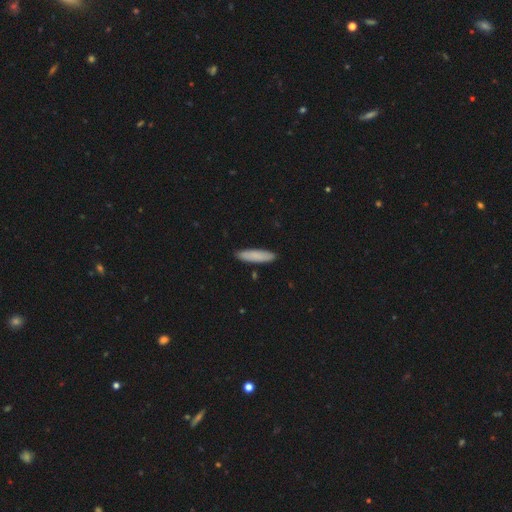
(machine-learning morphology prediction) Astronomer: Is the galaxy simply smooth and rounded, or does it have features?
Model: smooth — 84%.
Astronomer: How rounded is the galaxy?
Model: cigar-shaped — 77%.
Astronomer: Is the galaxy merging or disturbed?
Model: none — 89%.